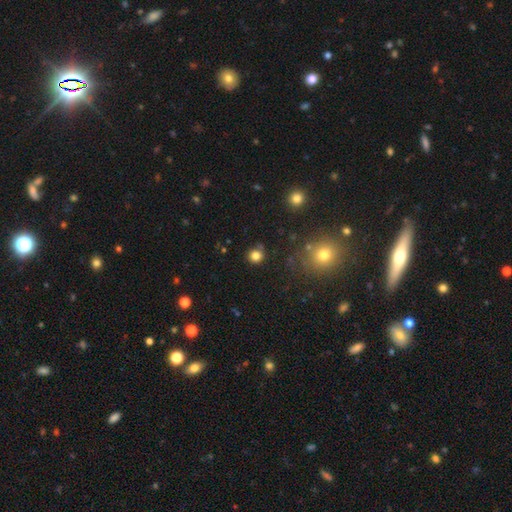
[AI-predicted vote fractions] The model was most divided on "smooth or featured": smooth: 81%, star or artifact: 14%, featured or disk: 5%. More confident: how rounded — round (91%); merging — none (83%).